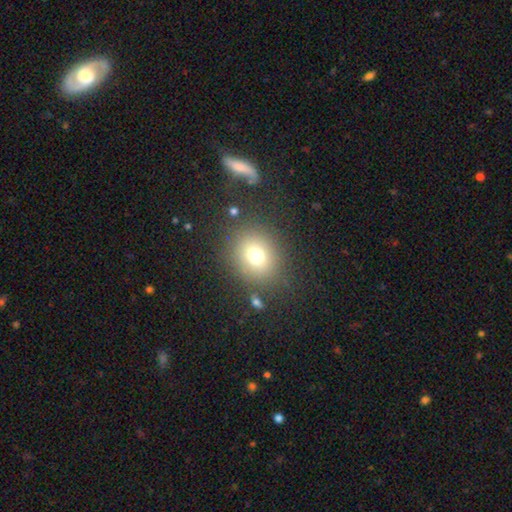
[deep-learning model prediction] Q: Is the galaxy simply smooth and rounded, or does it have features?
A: smooth — 73%.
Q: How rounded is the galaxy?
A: round — 71%.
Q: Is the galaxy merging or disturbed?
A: none — 81%.